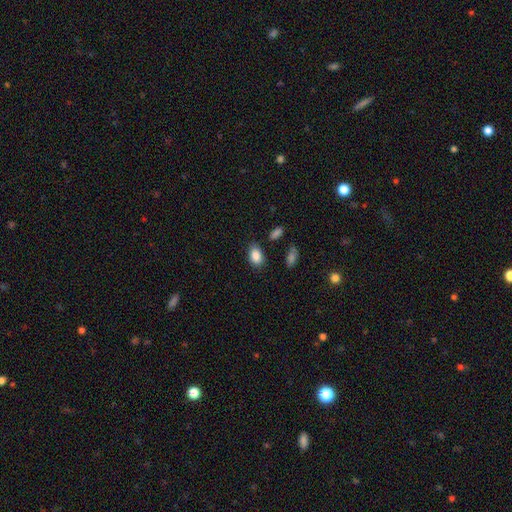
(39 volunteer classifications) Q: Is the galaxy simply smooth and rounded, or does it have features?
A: smooth — 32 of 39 (82%).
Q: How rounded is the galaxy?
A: in between — 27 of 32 (84%).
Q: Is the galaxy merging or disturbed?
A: none — 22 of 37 (59%).